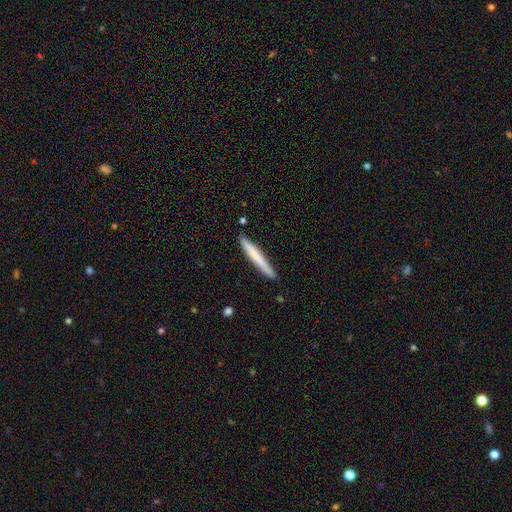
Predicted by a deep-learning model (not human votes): Q: Smooth or featured?
A: smooth (69%); runner-up: featured or disk (26%)
Q: How rounded?
A: cigar-shaped (97%); runner-up: in between (2%)
Q: Merging?
A: none (89%); runner-up: minor disturbance (8%)